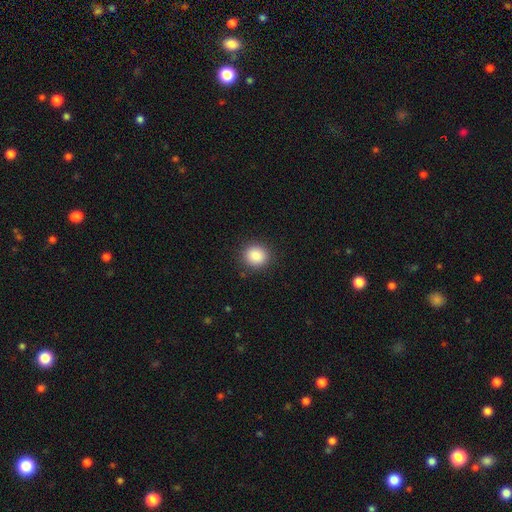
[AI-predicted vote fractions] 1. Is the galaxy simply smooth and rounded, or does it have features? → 88% smooth, 9% star or artifact, 4% featured or disk.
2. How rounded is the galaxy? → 86% round, 13% in between, 1% cigar-shaped.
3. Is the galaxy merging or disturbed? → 90% none, 7% minor disturbance, 2% major disturbance, 1% merger.